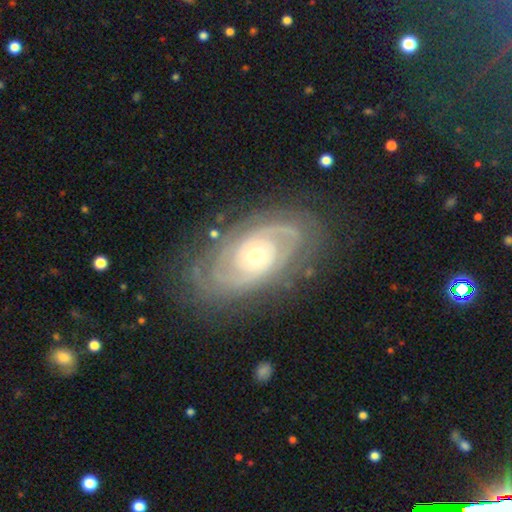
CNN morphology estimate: Smooth or featured: featured or disk — 89% (smooth — 6%)
Edge-on disk: no — 96% (yes — 4%)
Bar: no — 78% (weak — 16%)
Spiral arms: yes — 96% (no — 4%)
Spiral winding: tight — 77% (medium — 19%)
Spiral arm count: 2 — 46% (can't tell — 20%)
Bulge size: moderate — 54% (small — 41%)
Merging: none — 79% (minor disturbance — 14%)